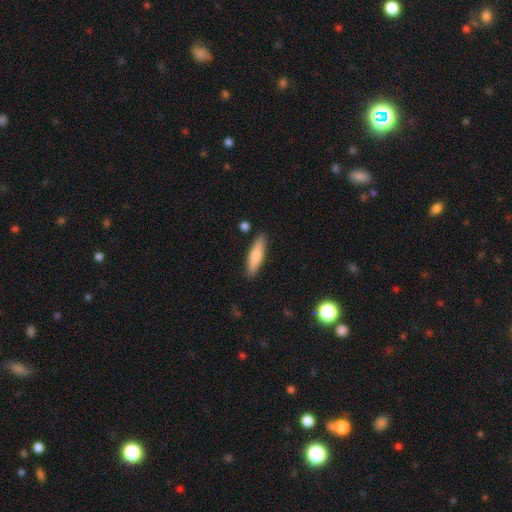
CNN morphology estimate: This appears to be a smooth galaxy with no disk features (78%) that is cigar-shaped (71%). Merging: none (87%).